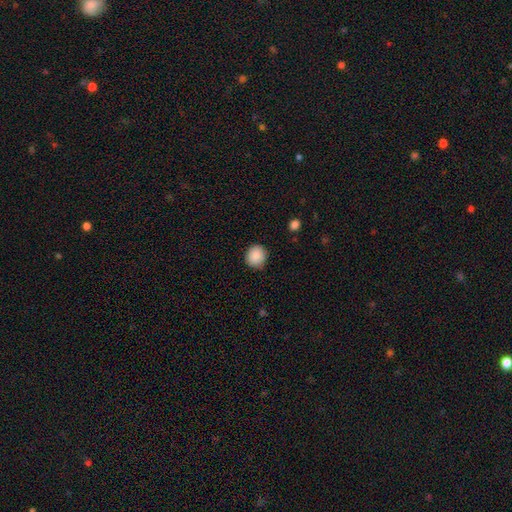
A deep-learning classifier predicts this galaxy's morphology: Q: Smooth or featured?
A: smooth (88%); runner-up: star or artifact (8%)
Q: How rounded?
A: round (86%); runner-up: in between (13%)
Q: Merging?
A: none (84%); runner-up: minor disturbance (12%)